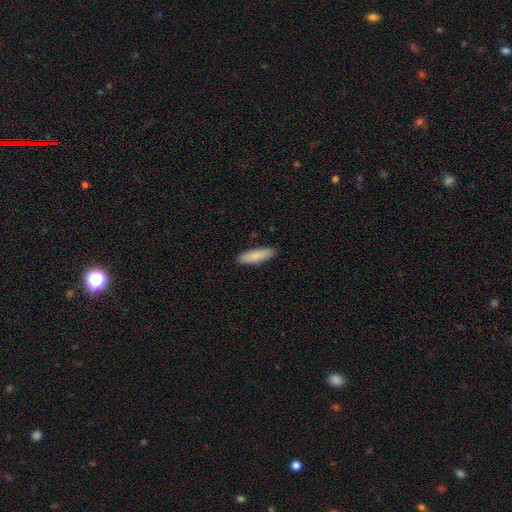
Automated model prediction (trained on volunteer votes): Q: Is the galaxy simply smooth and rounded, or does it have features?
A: smooth — 86%.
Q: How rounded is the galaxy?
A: cigar-shaped — 59%.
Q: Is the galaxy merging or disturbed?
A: none — 90%.